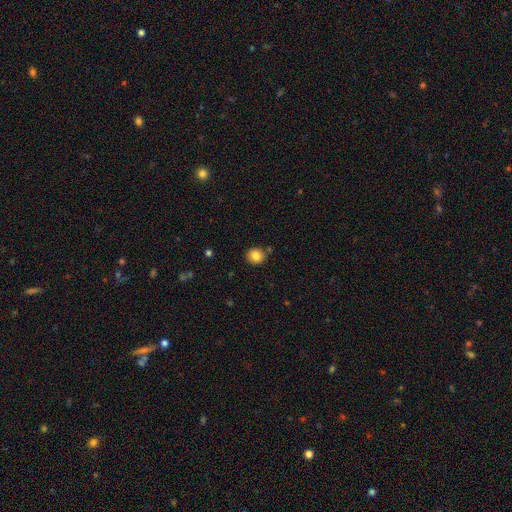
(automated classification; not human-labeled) smooth-or-featured: smooth: 83% | star or artifact: 10% | featured or disk: 6%
  how-rounded: round: 83% | in between: 16% | cigar-shaped: 1%
  merging: none: 84% | minor disturbance: 10% | merger: 4% | major disturbance: 2%